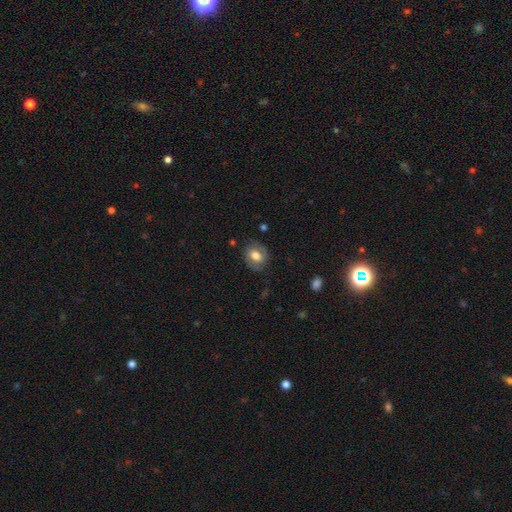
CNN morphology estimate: Smooth or featured?
  - smooth: 62% *
  - featured or disk: 30%
  - star or artifact: 8%
How rounded?
  - in between: 53% *
  - round: 46%
  - cigar-shaped: 1%
Merging?
  - none: 75% *
  - minor disturbance: 17%
  - major disturbance: 7%
  - merger: 1%